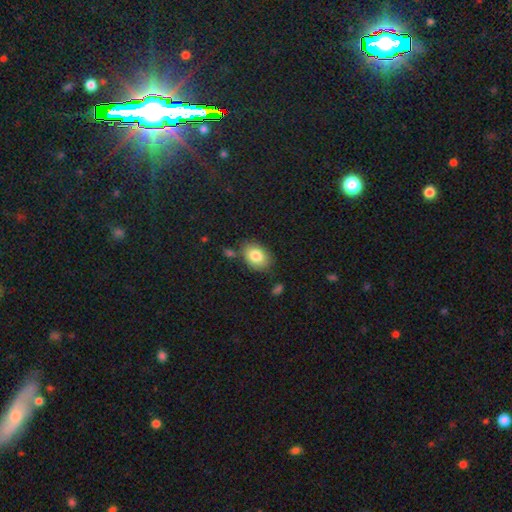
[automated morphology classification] Q: Smooth or featured?
A: smooth (82%); runner-up: featured or disk (10%)
Q: How rounded?
A: in between (78%); runner-up: round (21%)
Q: Merging?
A: none (76%); runner-up: minor disturbance (15%)